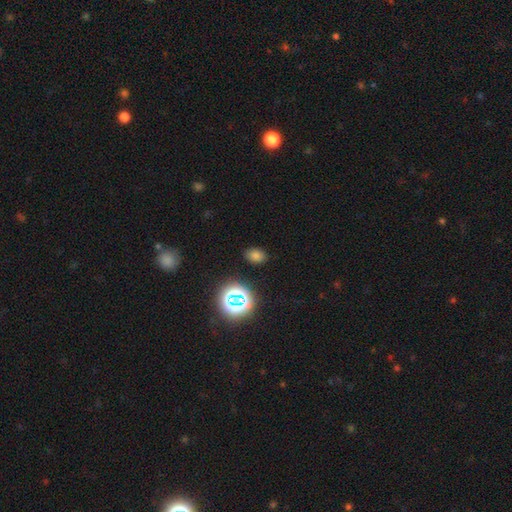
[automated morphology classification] This is likely a smooth galaxy (70%). How rounded: likely in between (75%). Merging: clearly none (85%).